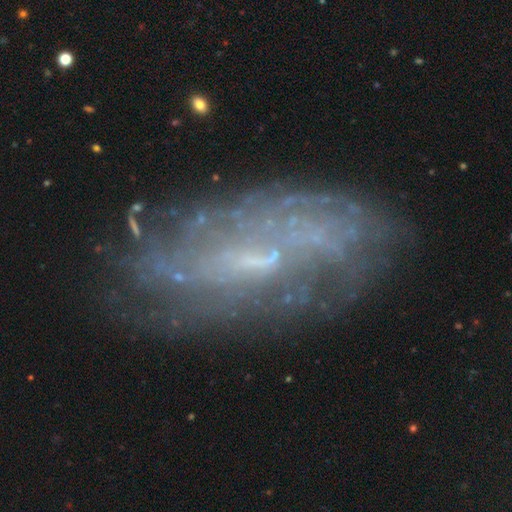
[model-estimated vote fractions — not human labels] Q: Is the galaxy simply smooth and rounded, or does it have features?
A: featured or disk — 74%.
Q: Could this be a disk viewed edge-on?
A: no — 89%.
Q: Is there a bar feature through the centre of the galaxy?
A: weak — 46%.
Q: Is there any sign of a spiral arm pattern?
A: yes — 73%.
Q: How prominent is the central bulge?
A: small — 60%.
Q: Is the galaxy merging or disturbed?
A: none — 71%.